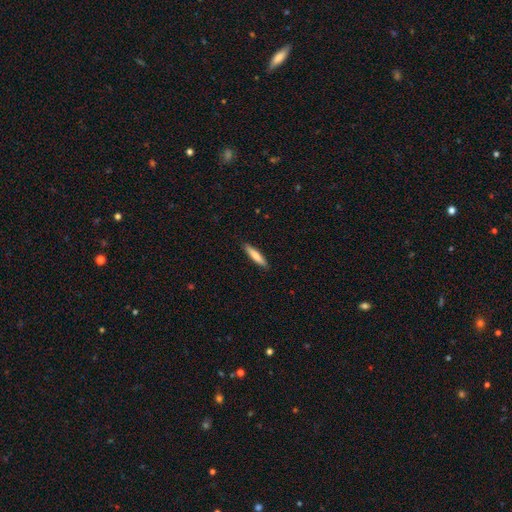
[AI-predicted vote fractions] Smooth or featured?
  - smooth: 77% *
  - featured or disk: 17%
  - star or artifact: 5%
How rounded?
  - cigar-shaped: 88% *
  - in between: 11%
  - round: 1%
Merging?
  - none: 90% *
  - minor disturbance: 7%
  - major disturbance: 2%
  - merger: 1%